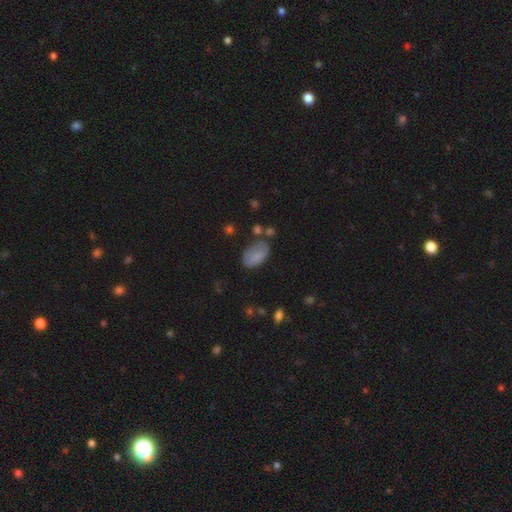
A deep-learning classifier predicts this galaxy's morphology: Overall: smooth (80%). How rounded: in between (93%). Merging: none (60%; minor disturbance 26%).